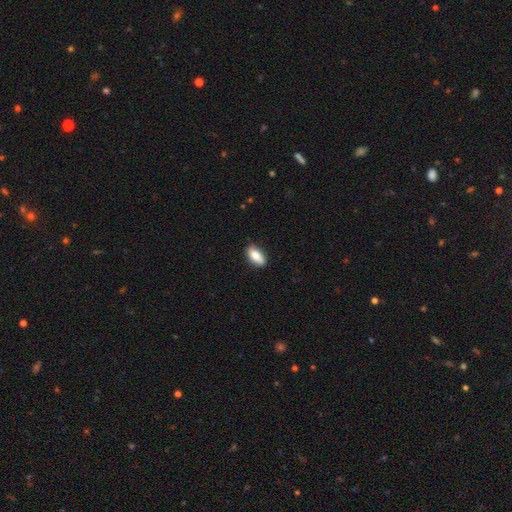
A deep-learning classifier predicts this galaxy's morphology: Smooth or featured?
  - smooth: 81% *
  - featured or disk: 12%
  - star or artifact: 7%
How rounded?
  - in between: 86% *
  - cigar-shaped: 11%
  - round: 4%
Merging?
  - none: 80% *
  - minor disturbance: 16%
  - major disturbance: 3%
  - merger: 1%